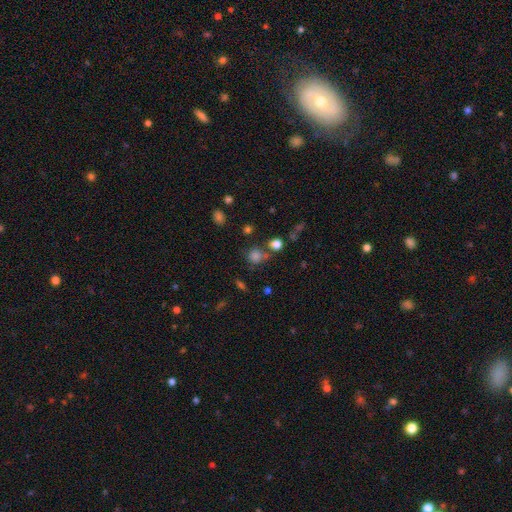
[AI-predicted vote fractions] smooth 72%, star or artifact 20%, featured or disk 8%. Down the decision tree: how rounded — round (82%); merging — none (63%).